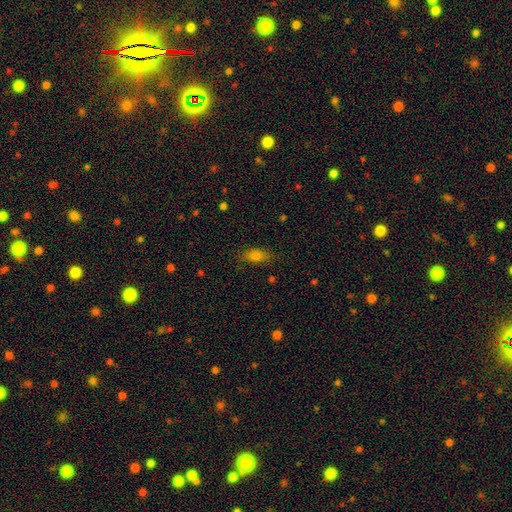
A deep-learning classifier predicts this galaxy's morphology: Smooth or featured: smooth — 79% (star or artifact — 12%)
How rounded: in between — 81% (cigar-shaped — 13%)
Merging: none — 78% (minor disturbance — 16%)